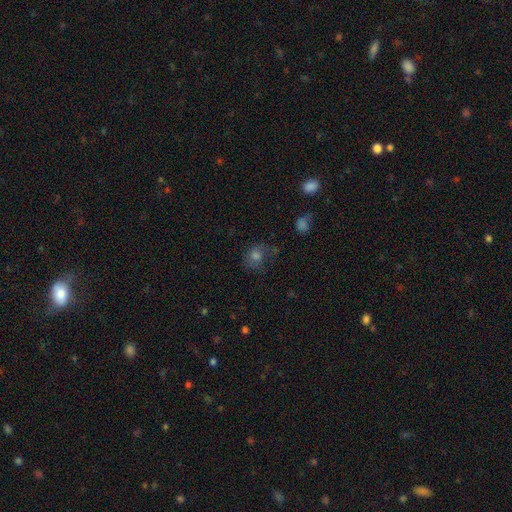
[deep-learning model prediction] Smooth or featured?
  - smooth: 60% *
  - featured or disk: 22%
  - star or artifact: 17%
How rounded?
  - round: 65% *
  - in between: 34%
  - cigar-shaped: 1%
Merging?
  - none: 50% *
  - minor disturbance: 25%
  - major disturbance: 21%
  - merger: 4%